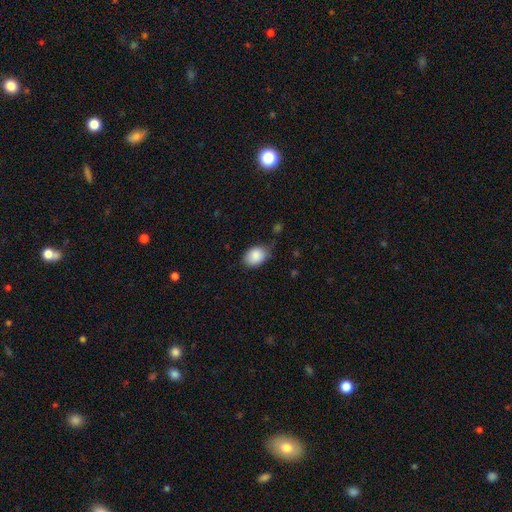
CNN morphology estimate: smooth_or_featured: smooth (p=0.88) [alt: star or artifact p=0.07]
how_rounded: in between (p=0.73) [alt: round p=0.26]
merging: none (p=0.69) [alt: minor disturbance p=0.25]